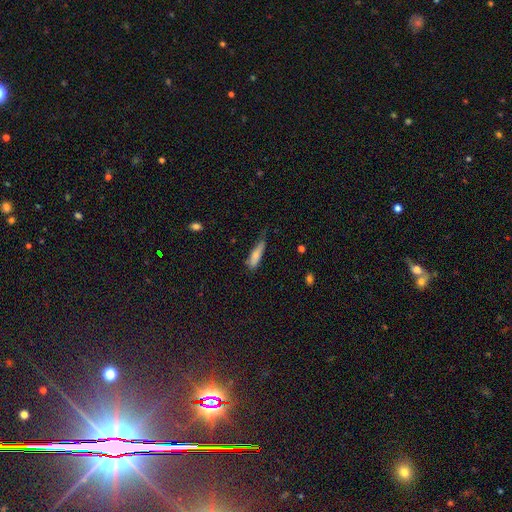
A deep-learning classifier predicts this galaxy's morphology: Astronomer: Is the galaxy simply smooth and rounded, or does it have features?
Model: smooth — 74%.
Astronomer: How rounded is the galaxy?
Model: cigar-shaped — 66%.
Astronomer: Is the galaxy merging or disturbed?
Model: none — 48% (runner-up: minor disturbance, 38%).